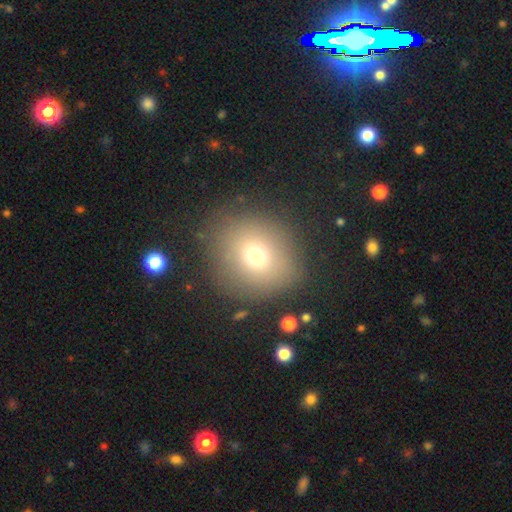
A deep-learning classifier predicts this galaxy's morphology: Smooth or featured?
  - smooth: 70% *
  - star or artifact: 16%
  - featured or disk: 13%
How rounded?
  - round: 82% *
  - in between: 17%
  - cigar-shaped: 1%
Merging?
  - none: 82% *
  - minor disturbance: 10%
  - major disturbance: 5%
  - merger: 2%